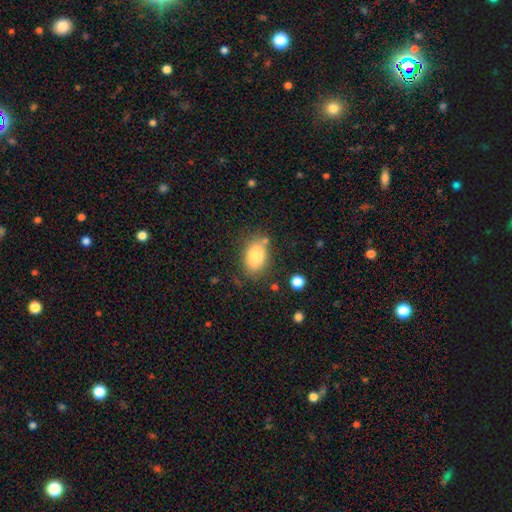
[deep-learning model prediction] This is clearly a smooth galaxy (81%). How rounded: clearly in between (82%). Merging: likely none (76%).